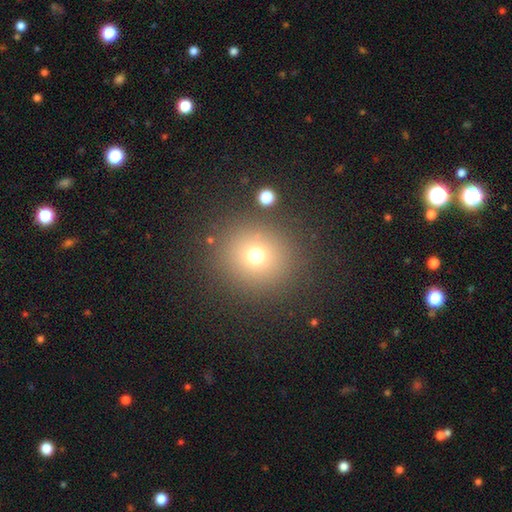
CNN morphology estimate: Smooth or featured? Predicted: smooth (p=0.71). How rounded? Predicted: round (p=0.90). Merging? Predicted: none (p=0.86).